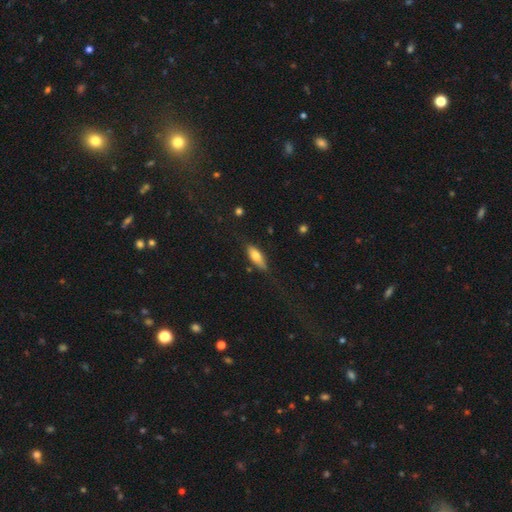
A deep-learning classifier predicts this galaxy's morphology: This is likely a smooth galaxy (70%). How rounded: likely in between (65%). Merging: likely none (72%).